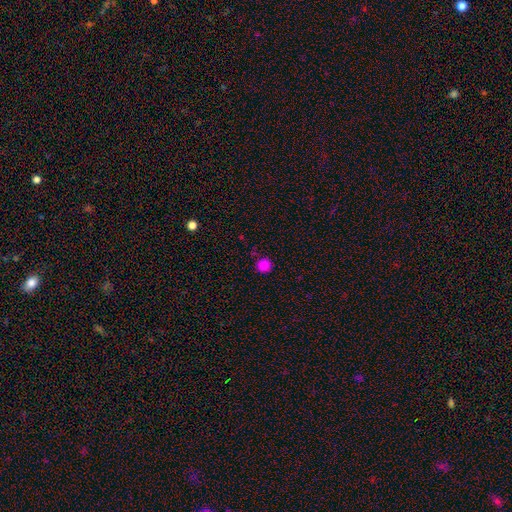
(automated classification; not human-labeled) Smooth or featured? smooth (82%)
How rounded? round (93%)
Merging? none (88%)